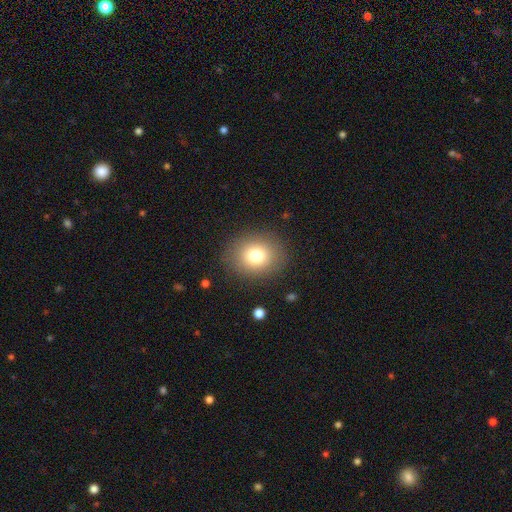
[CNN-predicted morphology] A smooth galaxy with no disk features (77%) that is round (68%). Merging: none (88%).